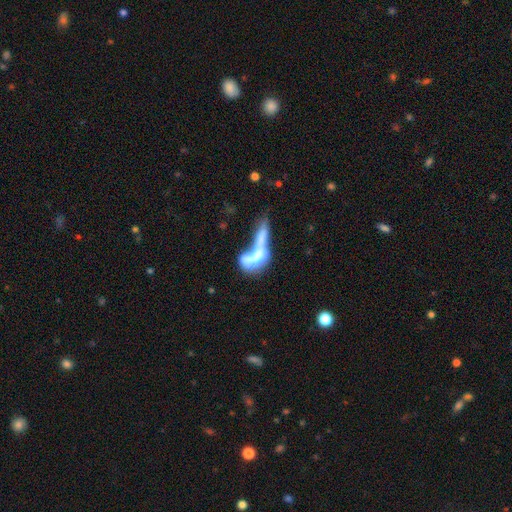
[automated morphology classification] A smooth galaxy with no disk features (50%) that is in between round and cigar-shaped (61%). Merging: merger (66%).